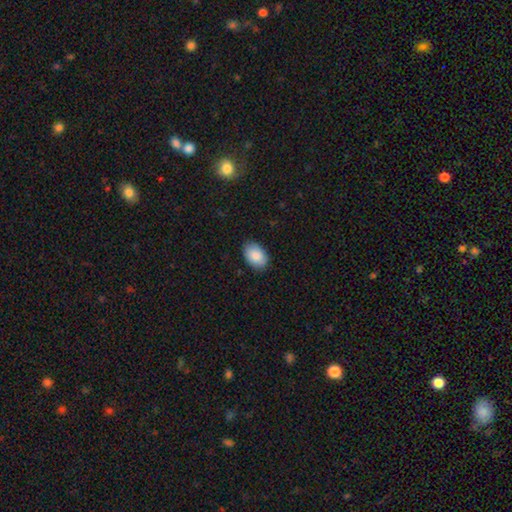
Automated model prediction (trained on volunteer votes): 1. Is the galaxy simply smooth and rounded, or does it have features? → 87% smooth, 6% featured or disk, 6% star or artifact.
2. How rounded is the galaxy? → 90% in between, 9% round, 1% cigar-shaped.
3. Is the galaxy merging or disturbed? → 86% none, 11% minor disturbance, 2% major disturbance, 1% merger.